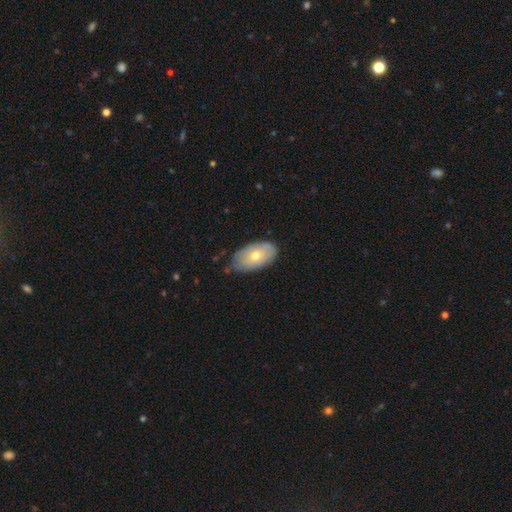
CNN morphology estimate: A smooth galaxy with no disk features (58%) that is in between round and cigar-shaped (93%).

Vote fractions:
- Smooth or featured? smooth: 58% / featured or disk: 35% / star or artifact: 6%
- How rounded? in between: 93% / round: 5% / cigar-shaped: 2%
- Merging? none: 74% / minor disturbance: 21% / major disturbance: 3% / merger: 1%